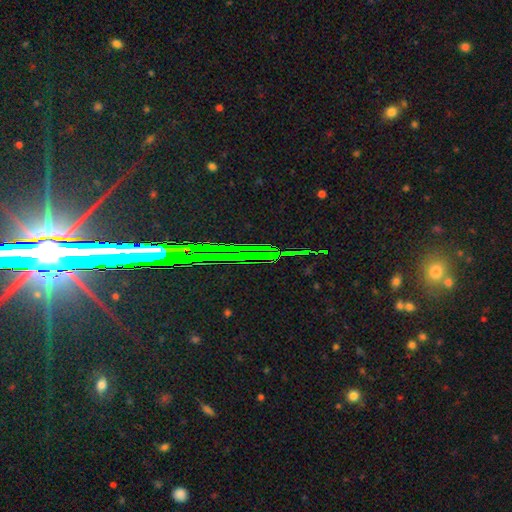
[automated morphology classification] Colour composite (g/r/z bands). It shows a star or artifact, not a galaxy (74%).